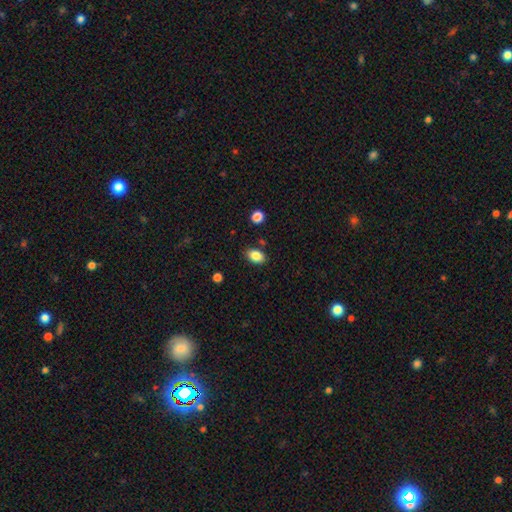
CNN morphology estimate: The model was most divided on "how rounded": in between: 82%, round: 17%, cigar-shaped: 1%. More confident: smooth or featured — smooth (85%); merging — none (84%).